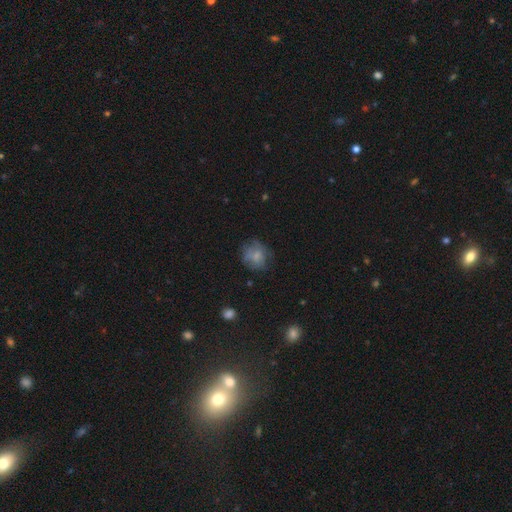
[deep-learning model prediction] This appears to be a smooth galaxy with no disk features (62%) that is round (71%). Merging: none (59%).